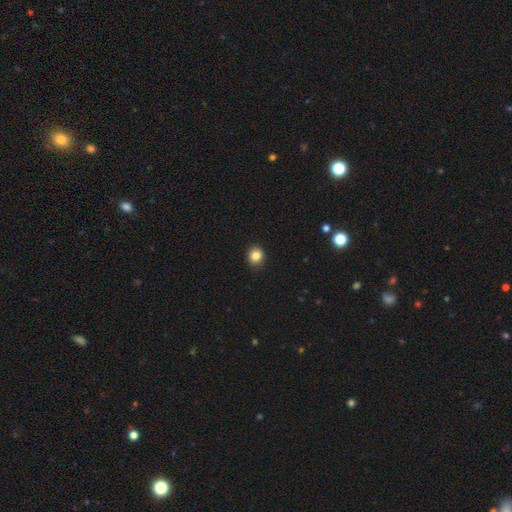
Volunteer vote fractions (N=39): Q: Smooth or featured?
A: smooth (87%); runner-up: star or artifact (8%)
Q: How rounded?
A: round (88%); runner-up: in between (12%)
Q: Merging?
A: none (86%); runner-up: minor disturbance (14%)